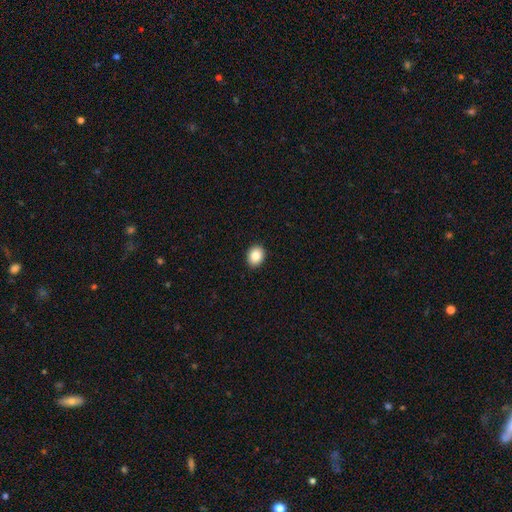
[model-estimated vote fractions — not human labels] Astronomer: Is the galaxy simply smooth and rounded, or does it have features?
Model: smooth — 85%.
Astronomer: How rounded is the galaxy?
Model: round — 54% (runner-up: in between, 45%).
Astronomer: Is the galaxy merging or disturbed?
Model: none — 92%.